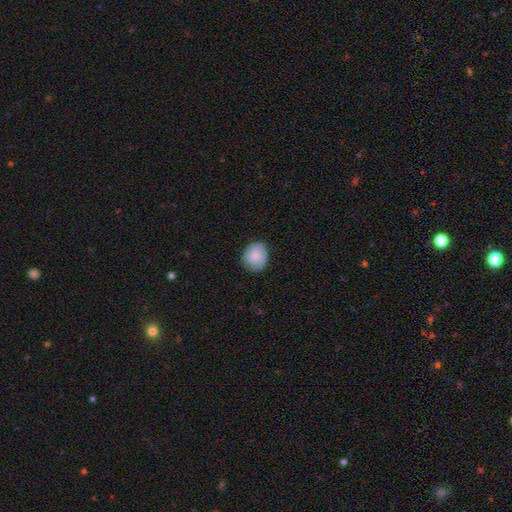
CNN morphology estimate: Q: Smooth or featured?
A: smooth (74%); runner-up: featured or disk (19%)
Q: How rounded?
A: round (72%); runner-up: in between (27%)
Q: Merging?
A: none (76%); runner-up: minor disturbance (19%)